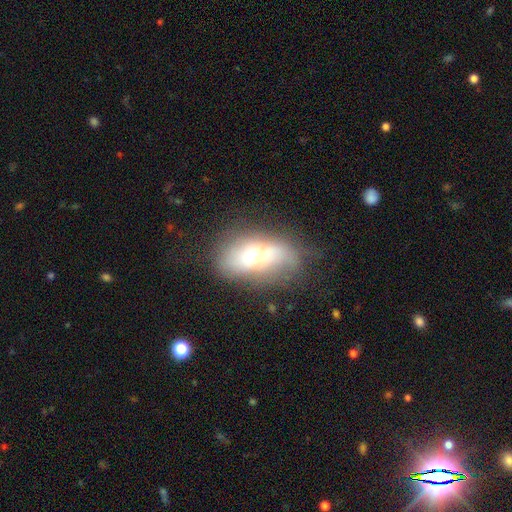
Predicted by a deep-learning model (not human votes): Q: Smooth or featured?
A: smooth (54%); runner-up: featured or disk (35%)
Q: How rounded?
A: in between (82%); runner-up: round (10%)
Q: Merging?
A: none (57%); runner-up: minor disturbance (25%)